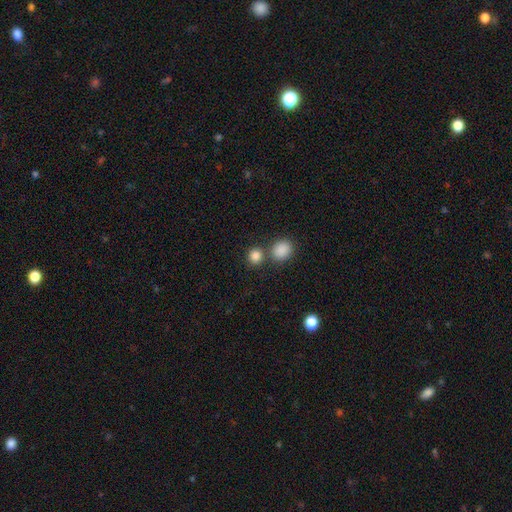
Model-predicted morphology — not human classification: Overall: smooth (85%). How rounded: round (83%). Merging: none (63%; merger 26%).